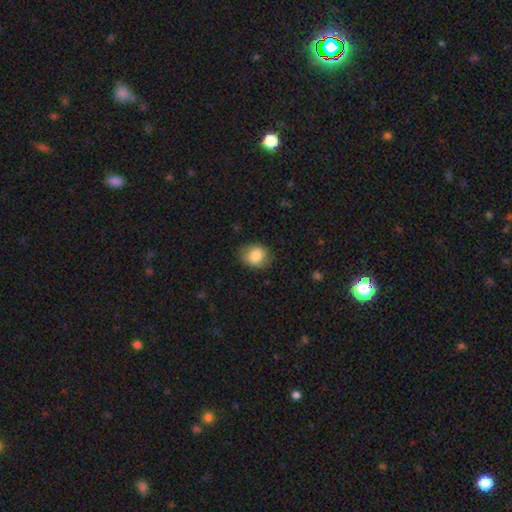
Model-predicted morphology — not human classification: Smooth or featured? smooth (84%)
How rounded? round (58%)
Merging? none (79%)